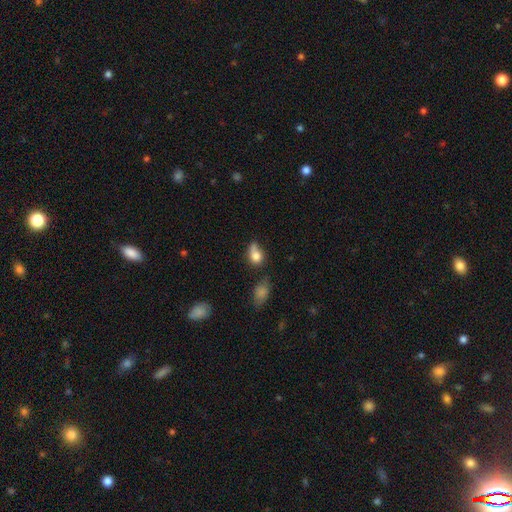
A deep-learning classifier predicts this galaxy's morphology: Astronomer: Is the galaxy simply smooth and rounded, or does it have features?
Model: smooth — 78%.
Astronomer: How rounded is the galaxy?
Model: in between — 56% (runner-up: round, 42%).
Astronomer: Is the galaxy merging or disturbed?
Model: none — 35% (runner-up: minor disturbance, 31%).